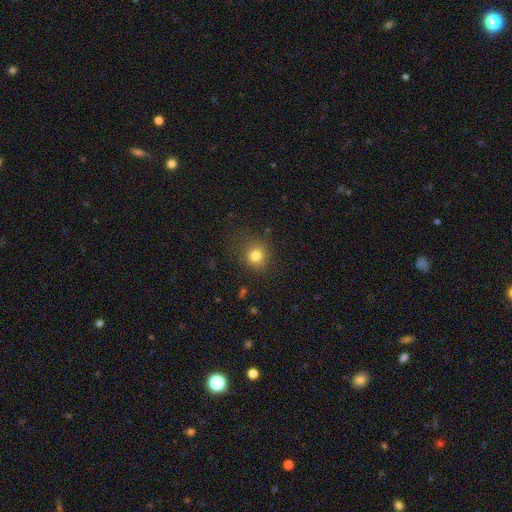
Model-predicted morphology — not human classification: A smooth galaxy with no disk features (79%) that is round (85%). Merging: none (81%).